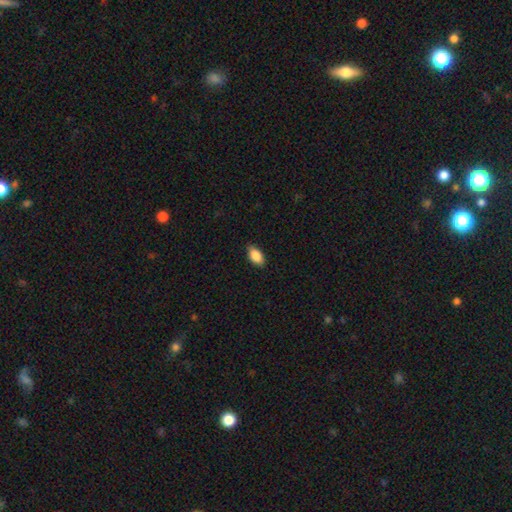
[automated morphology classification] This appears to be a smooth galaxy with no disk features (86%) that is in between round and cigar-shaped (91%). Merging: none (87%).